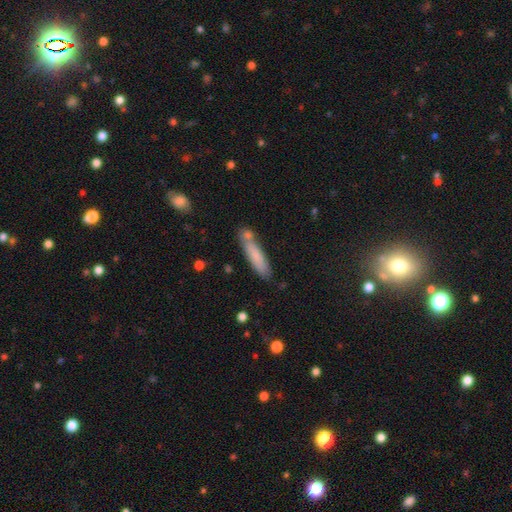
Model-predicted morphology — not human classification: smooth_or_featured: smooth (p=0.77) [alt: featured or disk p=0.16]
how_rounded: cigar-shaped (p=0.81) [alt: in between p=0.17]
merging: none (p=0.70) [alt: minor disturbance p=0.14]